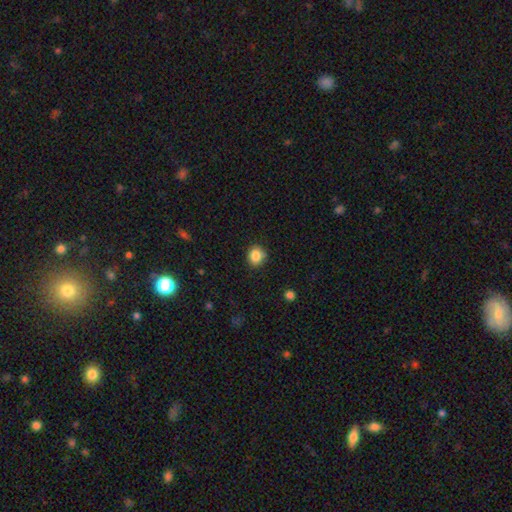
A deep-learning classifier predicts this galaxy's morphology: Smooth or featured?
  - smooth: 86% *
  - star or artifact: 10%
  - featured or disk: 4%
How rounded?
  - round: 85% *
  - in between: 14%
  - cigar-shaped: 1%
Merging?
  - none: 86% *
  - minor disturbance: 10%
  - major disturbance: 2%
  - merger: 1%